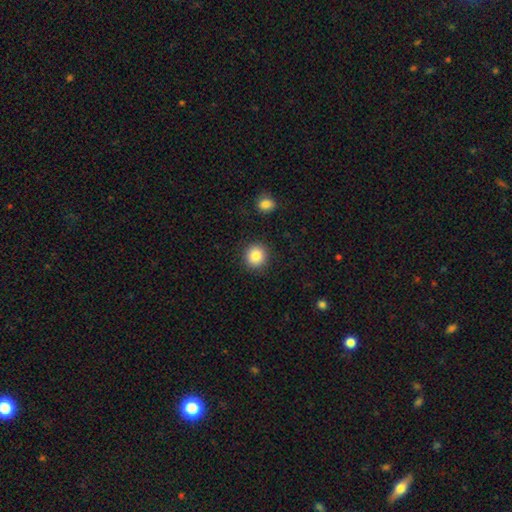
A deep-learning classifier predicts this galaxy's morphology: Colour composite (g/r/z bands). It shows a smooth galaxy with no disk features (85%) that is round (92%). Merging: none (90%).